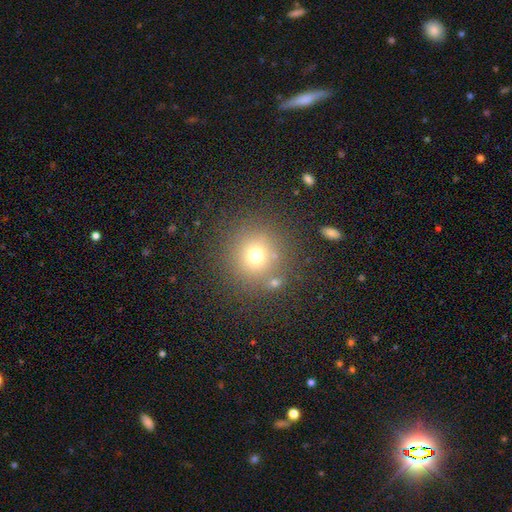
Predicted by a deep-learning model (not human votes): The model was most divided on "smooth or featured": smooth: 70%, star or artifact: 19%, featured or disk: 11%. More confident: how rounded — round (94%); merging — none (81%).